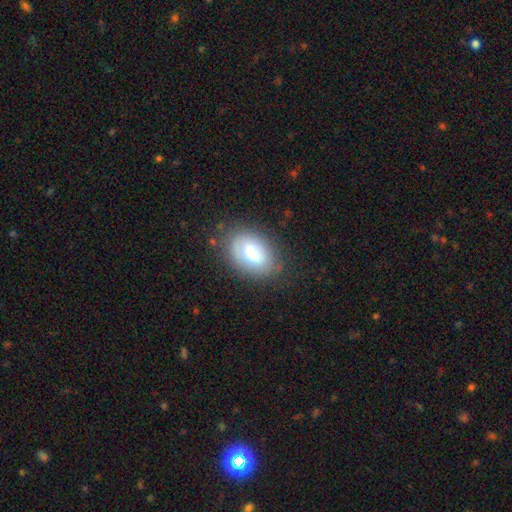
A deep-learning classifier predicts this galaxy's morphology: smooth-or-featured: smooth: 62% | featured or disk: 29% | star or artifact: 9%
  how-rounded: in between: 85% | round: 13% | cigar-shaped: 2%
  merging: none: 71% | minor disturbance: 19% | major disturbance: 7% | merger: 2%